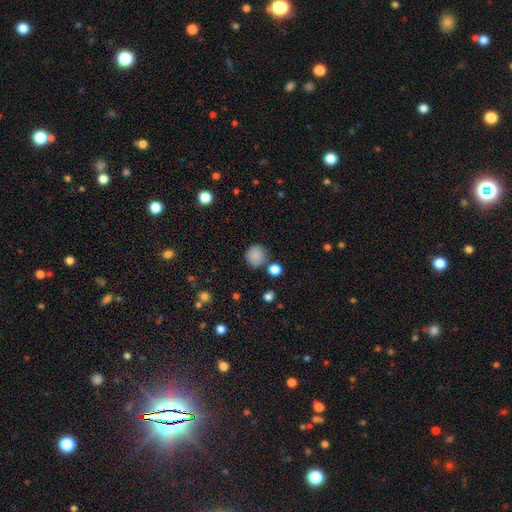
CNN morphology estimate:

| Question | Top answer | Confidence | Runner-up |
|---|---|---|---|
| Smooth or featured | smooth | 84% | star or artifact (10%) |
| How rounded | round | 91% | in between (8%) |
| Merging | none | 76% | minor disturbance (13%) |